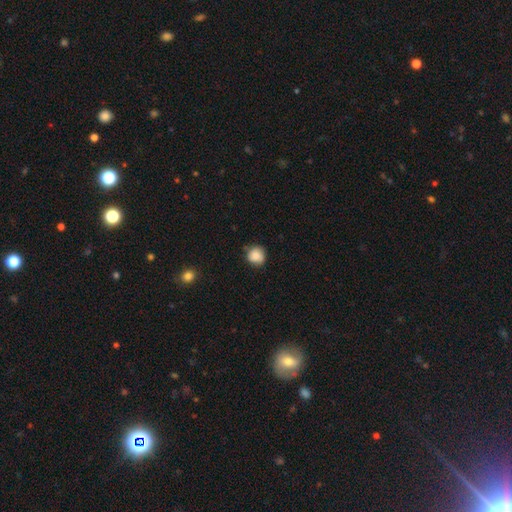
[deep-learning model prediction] Smooth or featured? smooth (86%)
How rounded? round (89%)
Merging? none (78%)